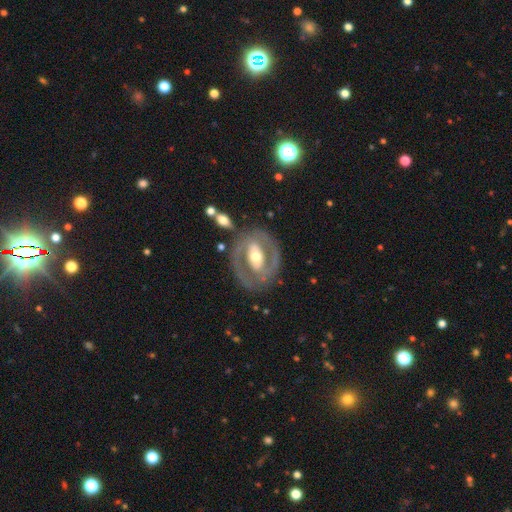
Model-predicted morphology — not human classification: Smooth or featured? featured or disk (77%)
Edge-on disk? no (95%)
Bar? strong (40%)
Spiral arms? yes (56%)
Bulge size? moderate (67%)
Merging? none (74%)